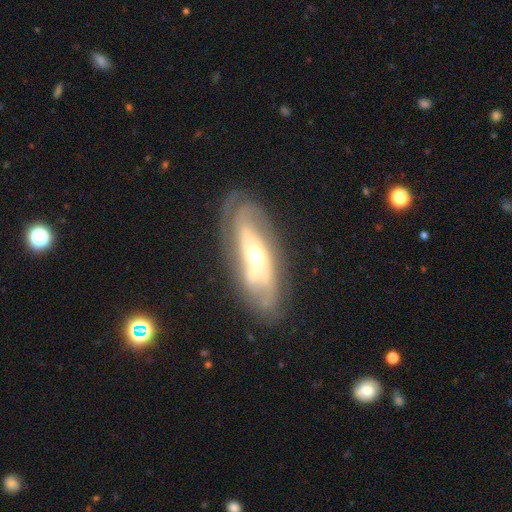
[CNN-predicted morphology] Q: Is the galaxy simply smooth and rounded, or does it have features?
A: featured or disk — 80%.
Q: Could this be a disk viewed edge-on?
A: no — 85%.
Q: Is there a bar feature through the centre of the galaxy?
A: no — 62%.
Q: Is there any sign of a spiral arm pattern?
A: yes — 84%.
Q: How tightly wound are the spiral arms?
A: tight — 52%.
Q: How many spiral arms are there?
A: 2 — 41%.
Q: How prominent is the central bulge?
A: moderate — 65%.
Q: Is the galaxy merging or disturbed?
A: none — 73%.